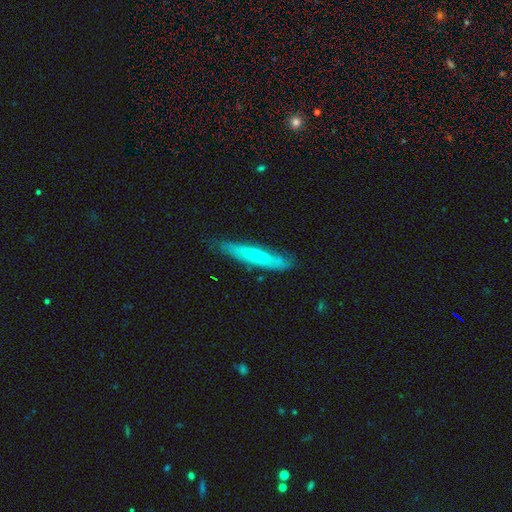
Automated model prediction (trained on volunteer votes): The model was most divided on "smooth or featured": featured or disk: 52%, smooth: 41%, star or artifact: 6%. More confident: merging — none (76%); edge-on disk — yes (63%).